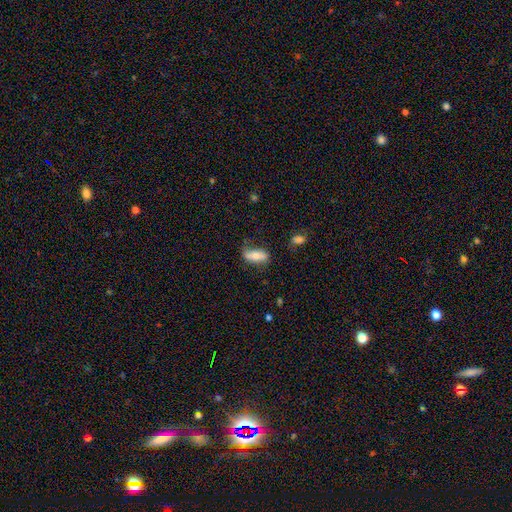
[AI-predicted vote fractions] Smooth or featured: smooth — 61% (featured or disk — 31%)
How rounded: in between — 73% (cigar-shaped — 24%)
Merging: none — 57% (minor disturbance — 27%)